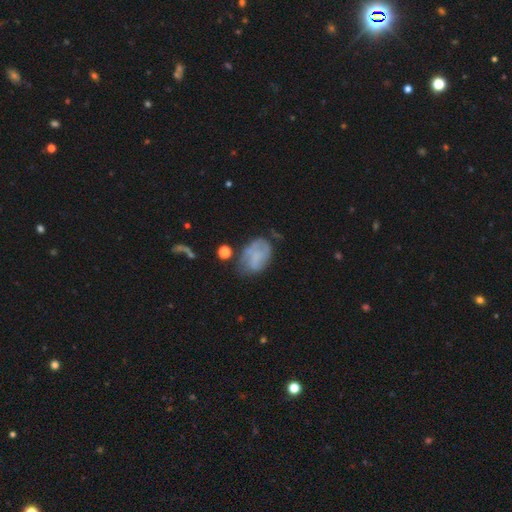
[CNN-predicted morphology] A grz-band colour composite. It shows a smooth galaxy with no disk features (47%). Merging: none (46%).